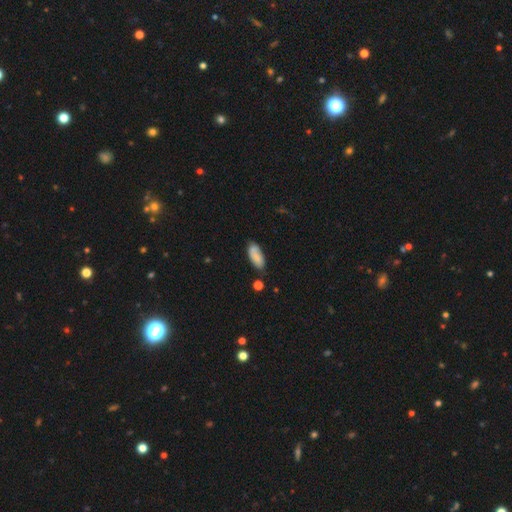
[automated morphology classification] Overall: smooth (80%). How rounded: in between (82%). Merging: none (69%).